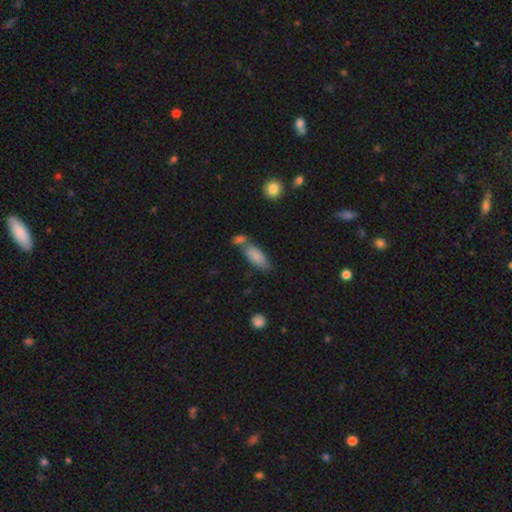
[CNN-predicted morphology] This appears to be a smooth galaxy with no disk features (80%) that is in between round and cigar-shaped (83%). Merging: none (46%).